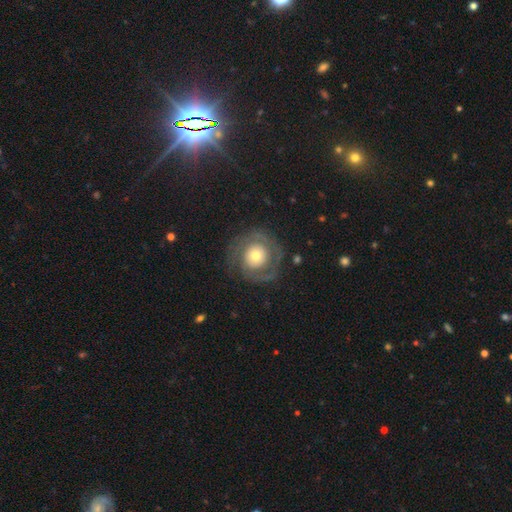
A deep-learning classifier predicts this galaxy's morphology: Smooth or featured?
  - featured or disk: 64% *
  - smooth: 29%
  - star or artifact: 6%
Edge-on disk?
  - no: 97% *
  - yes: 3%
Bar?
  - no: 84% *
  - weak: 12%
  - strong: 4%
Spiral arms?
  - yes: 68% *
  - no: 32%
Bulge size?
  - moderate: 58% *
  - large: 20%
  - small: 18%
  - dominant: 3%
  - none: 1%
Merging?
  - none: 73% *
  - minor disturbance: 14%
  - major disturbance: 11%
  - merger: 1%